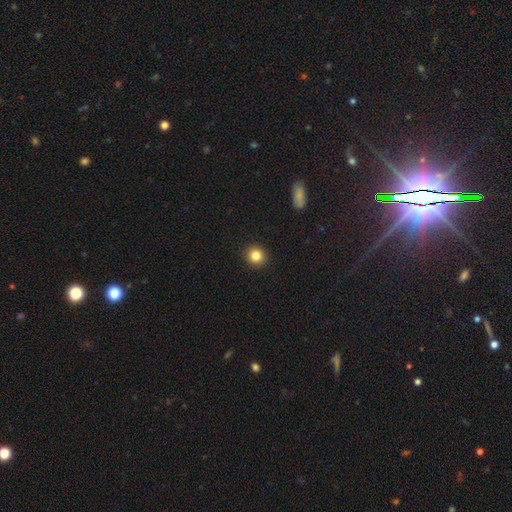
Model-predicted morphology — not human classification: Q: Smooth or featured?
A: smooth (84%); runner-up: star or artifact (11%)
Q: How rounded?
A: round (93%); runner-up: in between (7%)
Q: Merging?
A: none (93%); runner-up: minor disturbance (4%)